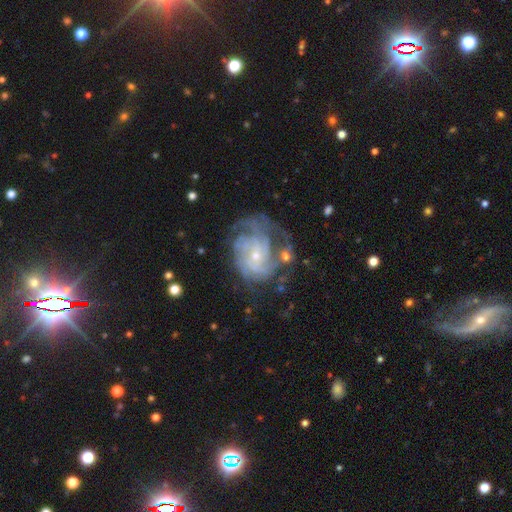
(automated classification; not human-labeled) This is clearly a featured or disk galaxy (86%). It is clearly not viewed edge-on (97%). Bar: likely no (70%). Spiral arm pattern: clearly yes (95%). Spiral arm count: marginally can't tell (33%). Spiral winding: likely tight (64%). Central bulge: likely small (74%). Merging: possibly none (49%).